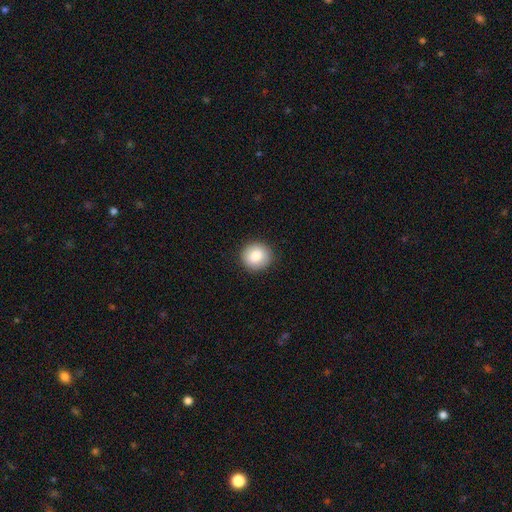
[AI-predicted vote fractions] smooth 82%, featured or disk 10%, star or artifact 8%. Down the decision tree: how rounded — round (89%); merging — none (90%).